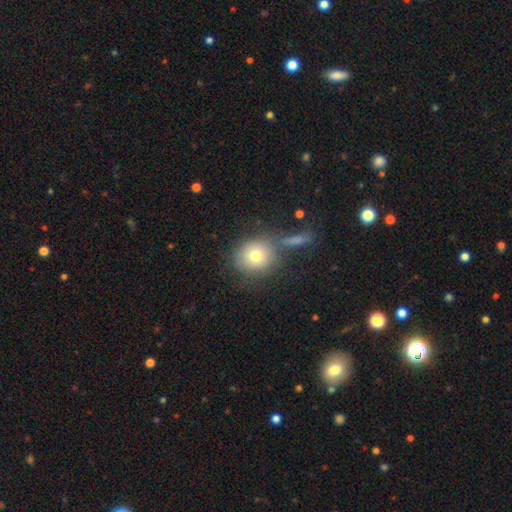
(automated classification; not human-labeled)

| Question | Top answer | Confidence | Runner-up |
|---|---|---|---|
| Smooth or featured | smooth | 76% | featured or disk (15%) |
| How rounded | round | 79% | in between (20%) |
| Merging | none | 68% | merger (13%) |